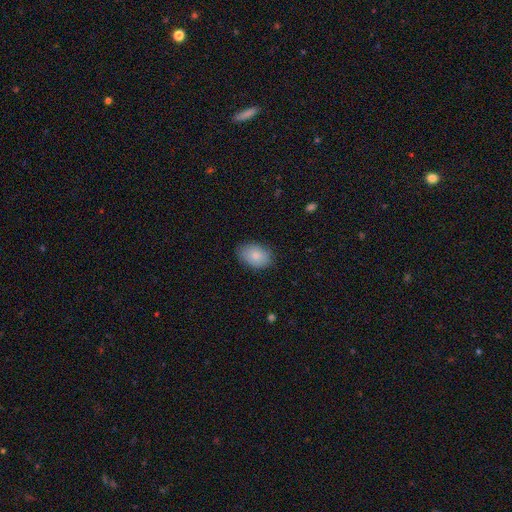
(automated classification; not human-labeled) A smooth galaxy with no disk features (84%) that is in between round and cigar-shaped (85%).

Vote fractions:
- Smooth or featured? smooth: 84% / featured or disk: 10% / star or artifact: 7%
- How rounded? in between: 85% / round: 14% / cigar-shaped: 1%
- Merging? none: 83% / minor disturbance: 13% / major disturbance: 3% / merger: 1%